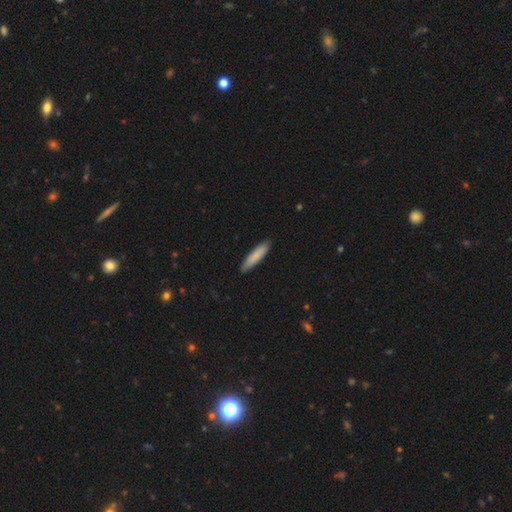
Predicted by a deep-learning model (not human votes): Smooth or featured? Predicted: smooth (p=0.84). How rounded? Predicted: cigar-shaped (p=0.83). Merging? Predicted: none (p=0.89).